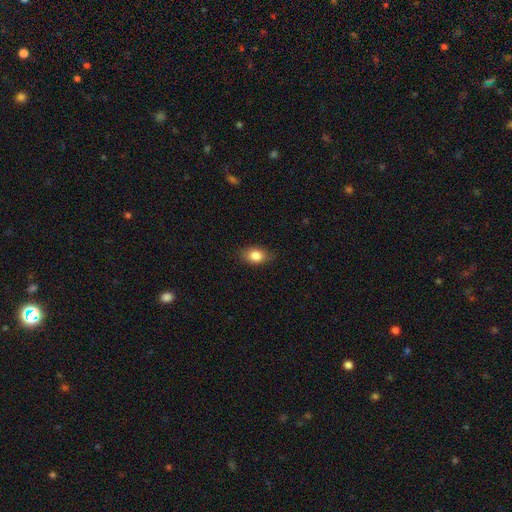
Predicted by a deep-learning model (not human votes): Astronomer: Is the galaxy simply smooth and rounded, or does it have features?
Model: smooth — 82%.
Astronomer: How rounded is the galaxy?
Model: in between — 78%.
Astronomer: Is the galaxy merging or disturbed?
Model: none — 80%.